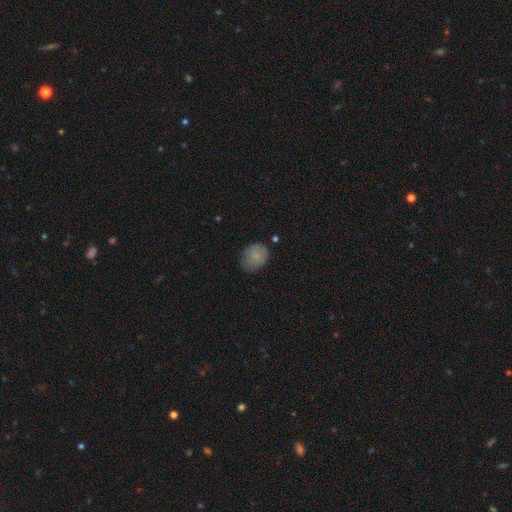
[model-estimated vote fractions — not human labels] A smooth galaxy with no disk features (79%) that is round (56%). Merging: none (68%).